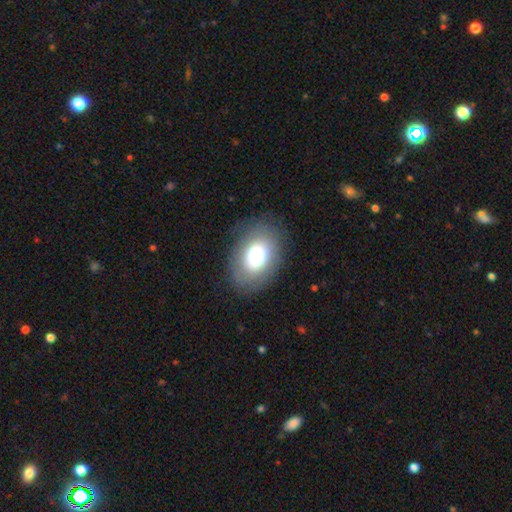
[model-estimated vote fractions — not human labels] Overall: smooth (74%). How rounded: in between (83%). Merging: none (82%).